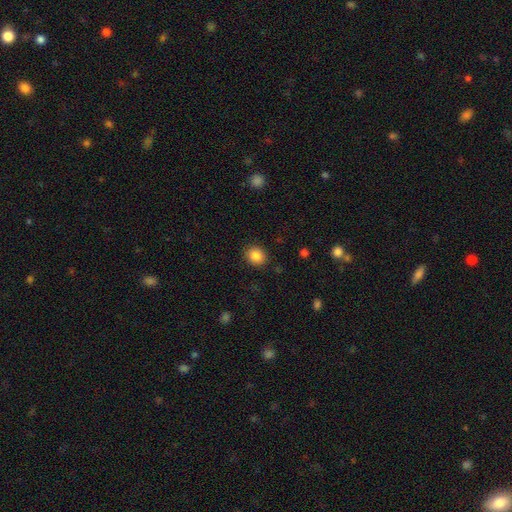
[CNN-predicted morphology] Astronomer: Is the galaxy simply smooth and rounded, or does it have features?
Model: smooth — 86%.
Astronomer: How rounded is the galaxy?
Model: round — 71%.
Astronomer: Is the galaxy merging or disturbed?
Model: none — 89%.